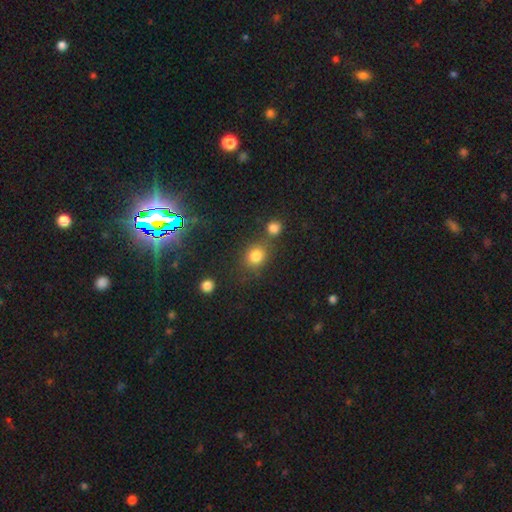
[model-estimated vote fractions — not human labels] smooth-or-featured: smooth: 79% | star or artifact: 15% | featured or disk: 6%
  how-rounded: round: 74% | in between: 25% | cigar-shaped: 1%
  merging: none: 62% | merger: 21% | minor disturbance: 12% | major disturbance: 5%